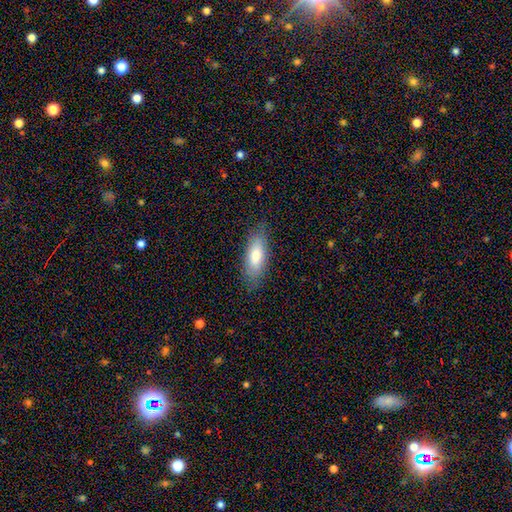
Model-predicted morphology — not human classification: Smooth or featured?
  - smooth: 75% *
  - featured or disk: 18%
  - star or artifact: 7%
How rounded?
  - in between: 64% *
  - cigar-shaped: 34%
  - round: 2%
Merging?
  - none: 83% *
  - minor disturbance: 13%
  - major disturbance: 3%
  - merger: 1%